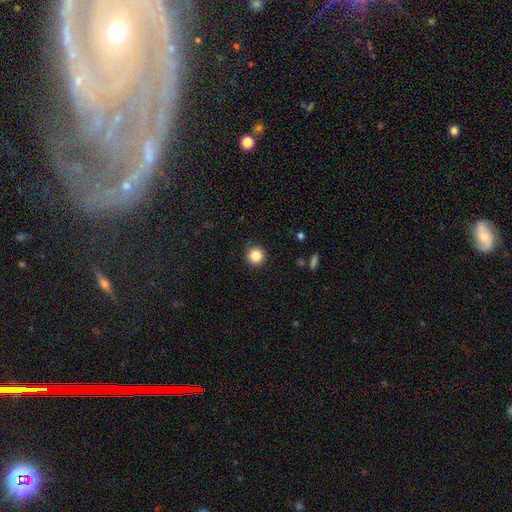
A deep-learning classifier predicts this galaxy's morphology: smooth_or_featured: smooth (p=0.85) [alt: star or artifact p=0.11]
how_rounded: round (p=0.95) [alt: in between p=0.04]
merging: none (p=0.92) [alt: minor disturbance p=0.06]